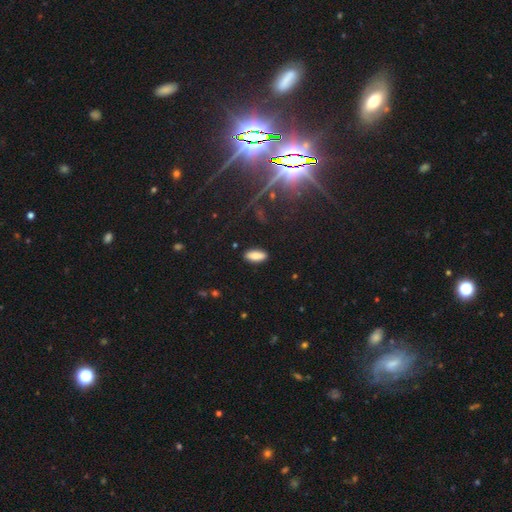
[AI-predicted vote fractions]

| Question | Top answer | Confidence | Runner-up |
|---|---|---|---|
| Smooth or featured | smooth | 84% | star or artifact (9%) |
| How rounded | in between | 77% | cigar-shaped (21%) |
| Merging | none | 87% | minor disturbance (10%) |